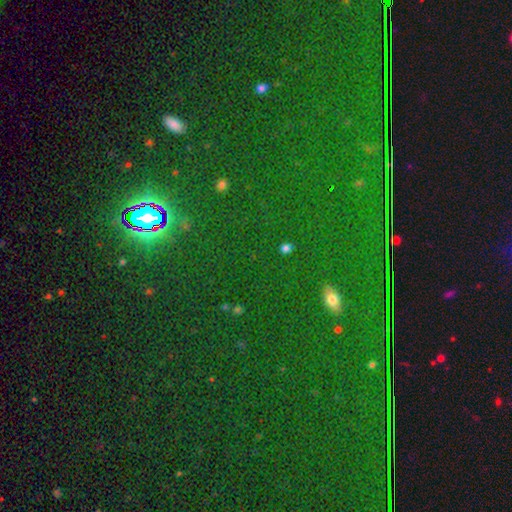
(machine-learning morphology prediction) A star or artifact, not a galaxy (83%).

Vote fractions:
- Smooth or featured? star or artifact: 83% / smooth: 10% / featured or disk: 7%